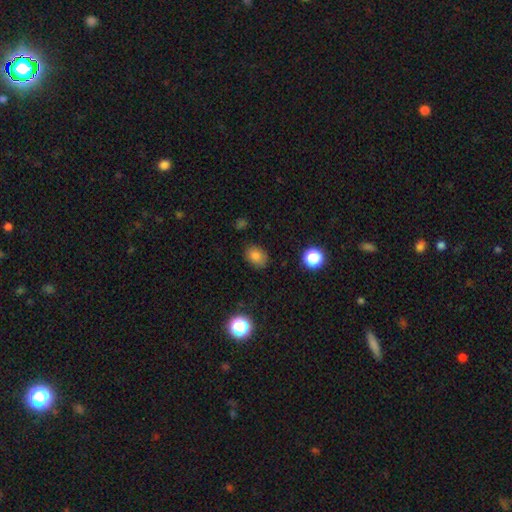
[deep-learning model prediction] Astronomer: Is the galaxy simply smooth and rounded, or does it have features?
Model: smooth — 80%.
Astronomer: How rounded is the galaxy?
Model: in between — 68%.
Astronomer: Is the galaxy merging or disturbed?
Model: none — 84%.